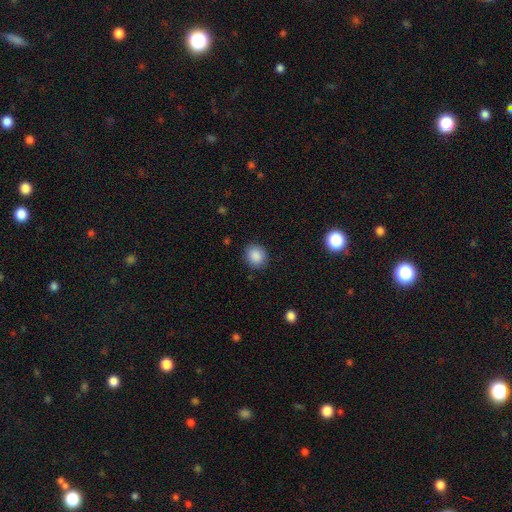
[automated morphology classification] smooth 88%, star or artifact 9%, featured or disk 4%. Down the decision tree: how rounded — round (76%); merging — none (88%).